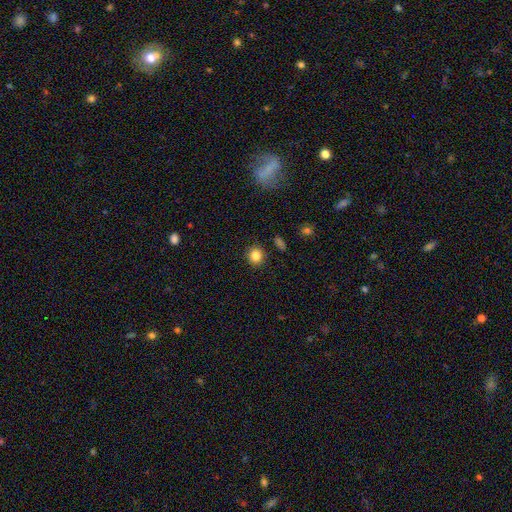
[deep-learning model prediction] A smooth galaxy with no disk features (83%) that is round (83%). Merging: none (89%).